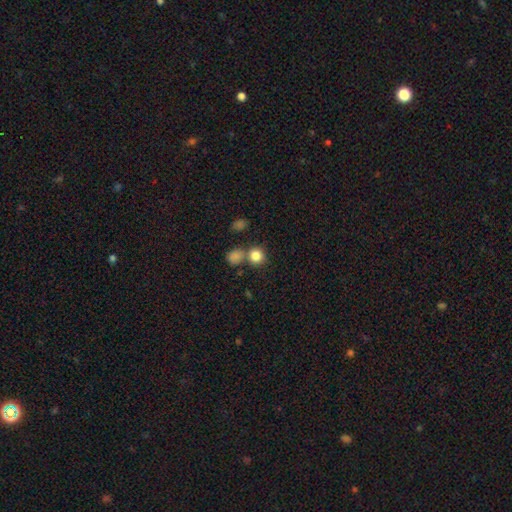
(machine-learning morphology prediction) Smooth or featured? Predicted: smooth (p=0.84). How rounded? Predicted: round (p=0.87). Merging? Predicted: none (p=0.64).